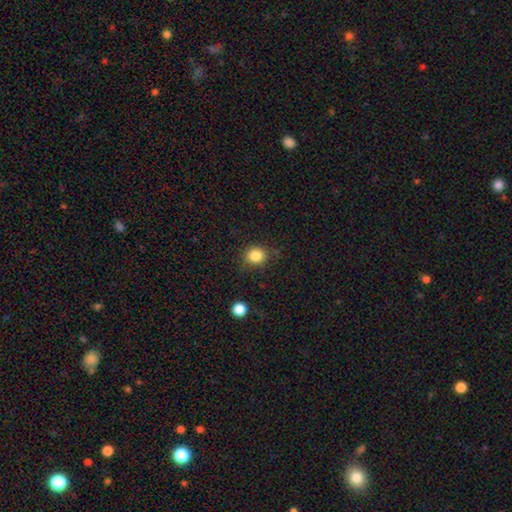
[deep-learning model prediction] smooth-or-featured: smooth: 84% | star or artifact: 11% | featured or disk: 5%
  how-rounded: round: 74% | in between: 25% | cigar-shaped: 1%
  merging: none: 81% | minor disturbance: 13% | major disturbance: 4% | merger: 2%